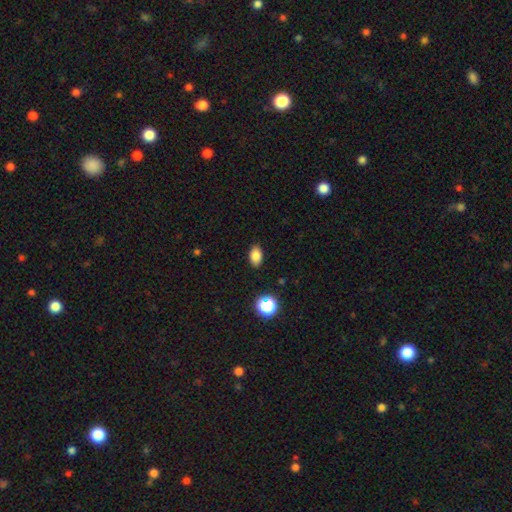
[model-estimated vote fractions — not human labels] smooth 83%, star or artifact 11%, featured or disk 6%. Down the decision tree: how rounded — in between (87%); merging — none (88%).